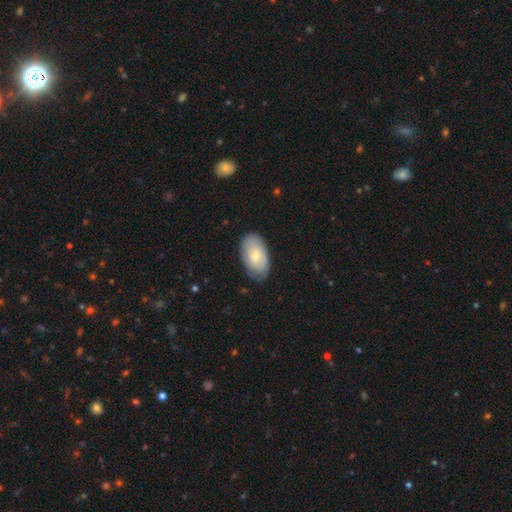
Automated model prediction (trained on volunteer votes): Overall: smooth (59%; featured or disk 35%). How rounded: in between (94%). Merging: none (77%).